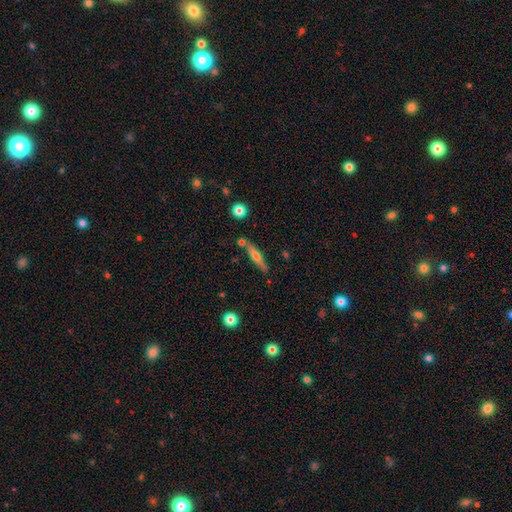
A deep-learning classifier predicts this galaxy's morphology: This appears to be a featured or disk galaxy (49%). Merging: none (77%).